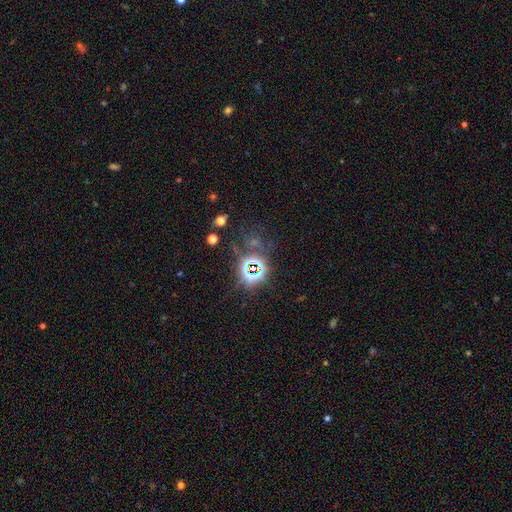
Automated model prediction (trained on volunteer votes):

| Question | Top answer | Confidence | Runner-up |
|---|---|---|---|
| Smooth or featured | star or artifact | 73% | smooth (15%) |